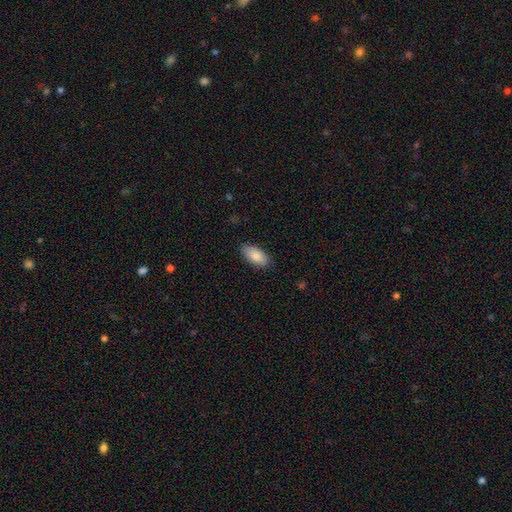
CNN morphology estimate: The model was most divided on "merging": none: 86%, minor disturbance: 11%, major disturbance: 2%, merger: 1%. More confident: how rounded — in between (93%); smooth or featured — smooth (87%).